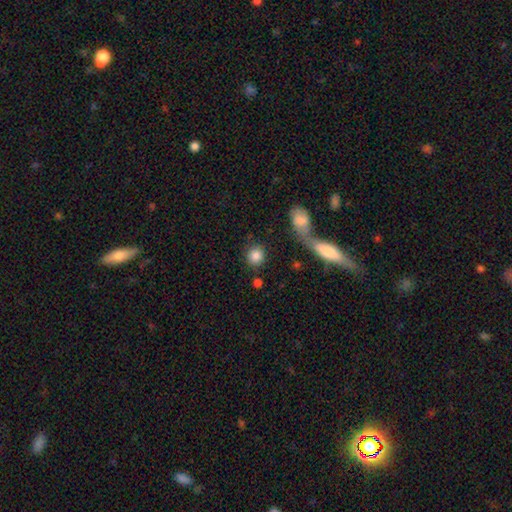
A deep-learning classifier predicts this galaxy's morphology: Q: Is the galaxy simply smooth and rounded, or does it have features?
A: smooth — 85%.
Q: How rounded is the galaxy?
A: round — 82%.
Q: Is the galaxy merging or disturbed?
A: none — 72%.